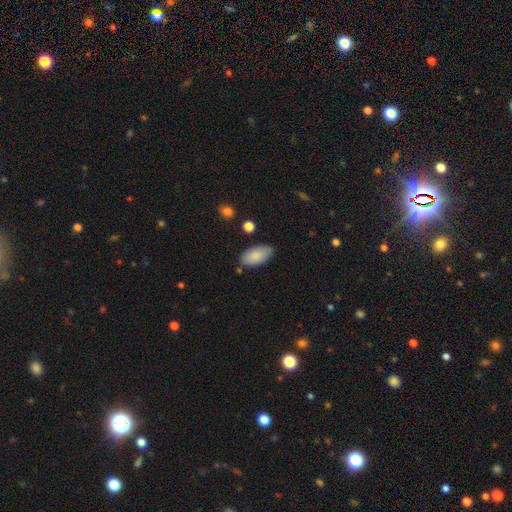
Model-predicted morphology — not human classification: A smooth galaxy with no disk features (86%) that is in between round and cigar-shaped (94%). Merging: none (80%).